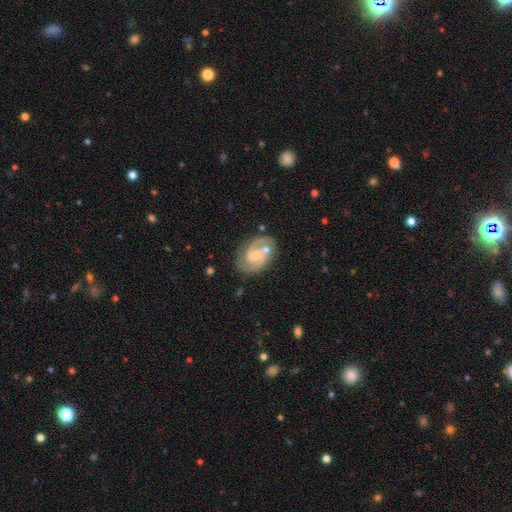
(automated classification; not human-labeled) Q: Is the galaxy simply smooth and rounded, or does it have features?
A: featured or disk — 84%.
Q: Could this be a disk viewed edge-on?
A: no — 98%.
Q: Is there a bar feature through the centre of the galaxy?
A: no — 54%.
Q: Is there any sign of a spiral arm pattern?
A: yes — 96%.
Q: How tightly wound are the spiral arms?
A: medium — 52%.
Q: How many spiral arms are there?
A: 2 — 88%.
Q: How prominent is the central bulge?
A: small — 51%.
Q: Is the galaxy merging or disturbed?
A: none — 68%.